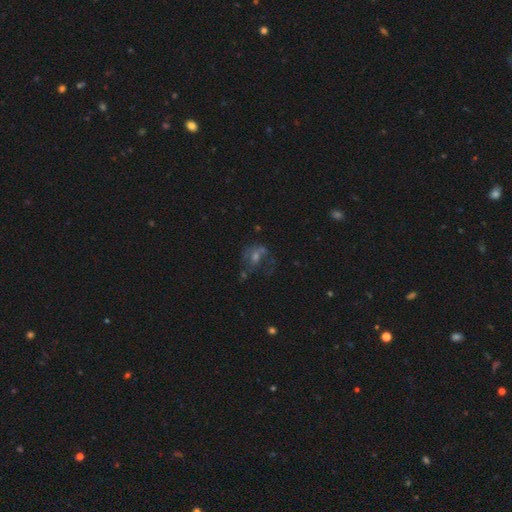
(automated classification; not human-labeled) Smooth or featured?
  - featured or disk: 48% *
  - star or artifact: 26%
  - smooth: 25%
Merging?
  - none: 46% *
  - major disturbance: 30%
  - minor disturbance: 18%
  - merger: 6%